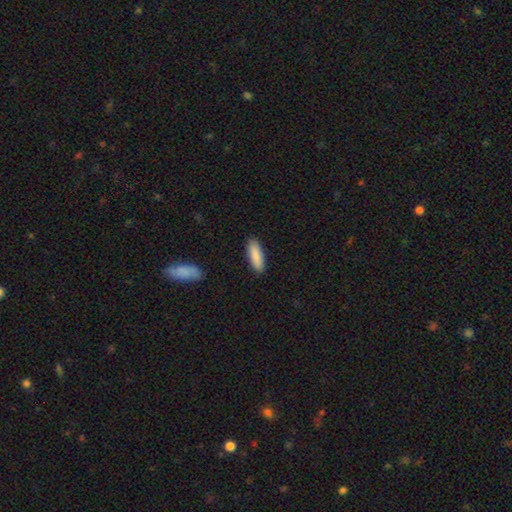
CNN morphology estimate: type=smooth (88%); roundness=in between (52%); merging=none (89%).